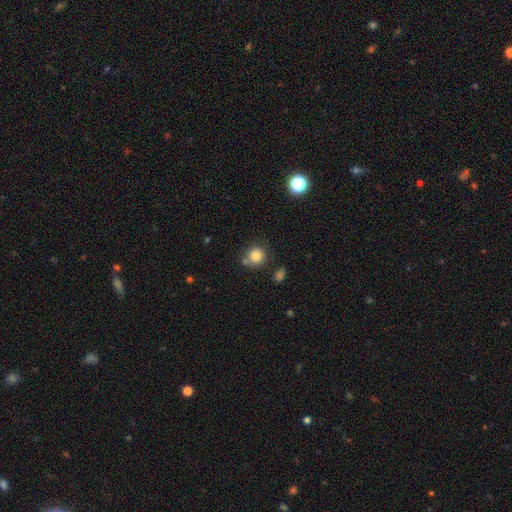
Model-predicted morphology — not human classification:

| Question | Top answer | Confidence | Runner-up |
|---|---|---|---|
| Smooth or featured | smooth | 83% | star or artifact (11%) |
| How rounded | round | 88% | in between (11%) |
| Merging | none | 69% | minor disturbance (13%) |